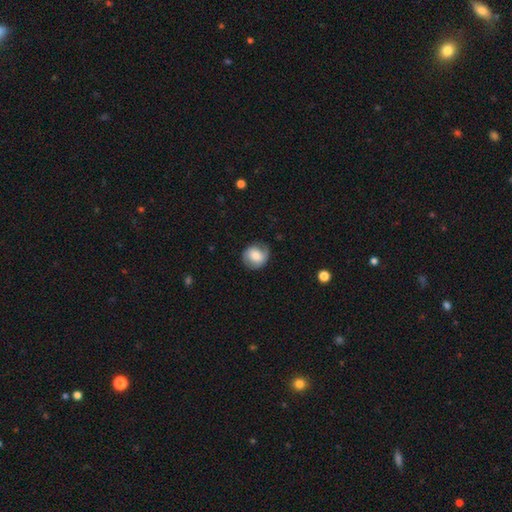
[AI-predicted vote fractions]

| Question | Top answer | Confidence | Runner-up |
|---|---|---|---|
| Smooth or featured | smooth | 53% | featured or disk (40%) |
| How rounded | round | 79% | in between (20%) |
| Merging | none | 76% | minor disturbance (17%) |